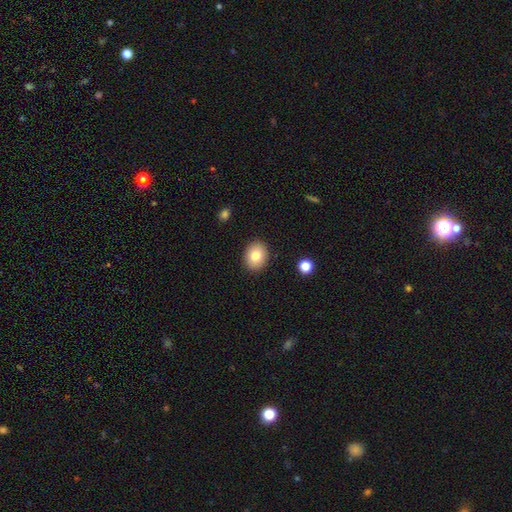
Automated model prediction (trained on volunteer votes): smooth_or_featured: smooth (p=0.81) [alt: featured or disk p=0.10]
how_rounded: round (p=0.52) [alt: in between p=0.47]
merging: none (p=0.90) [alt: minor disturbance p=0.07]